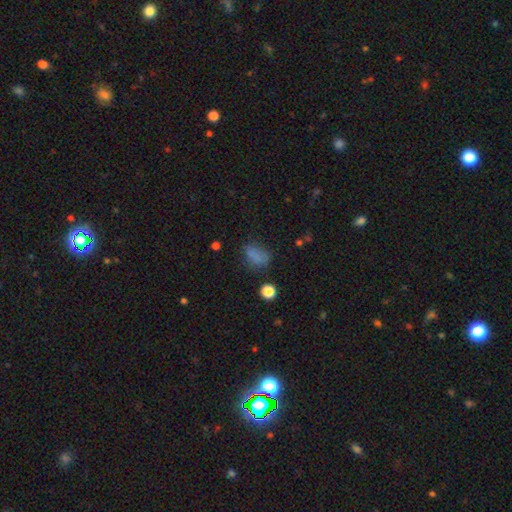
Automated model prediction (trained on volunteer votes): The model was most divided on "merging": none: 60%, minor disturbance: 23%, major disturbance: 13%, merger: 4%. More confident: how rounded — in between (73%); smooth or featured — smooth (72%).